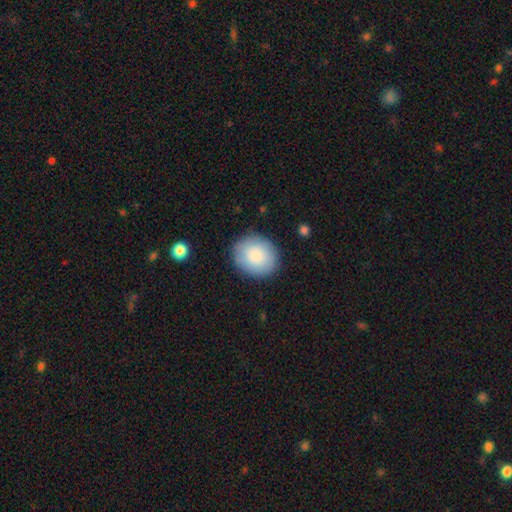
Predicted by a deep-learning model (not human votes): smooth 86%, featured or disk 7%, star or artifact 7%. Down the decision tree: how rounded — round (61%); merging — none (86%).